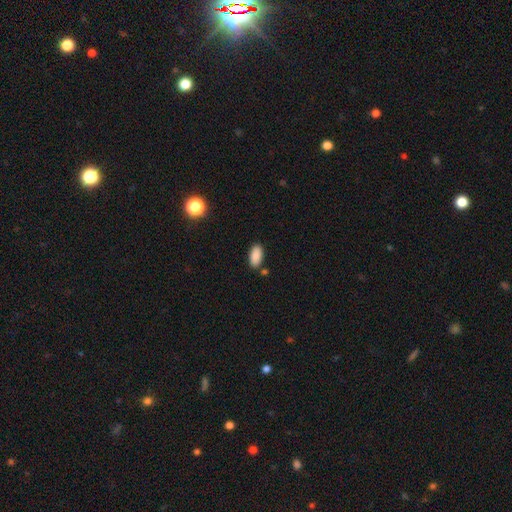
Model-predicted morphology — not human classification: This appears to be a smooth galaxy with no disk features (88%) that is in between round and cigar-shaped (93%). Merging: none (82%).